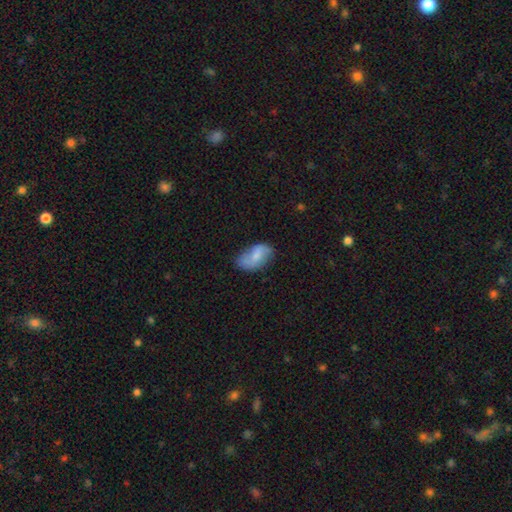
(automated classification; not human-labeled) Morphology: type=smooth (58%); roundness=in between (93%); merging=none (64%).